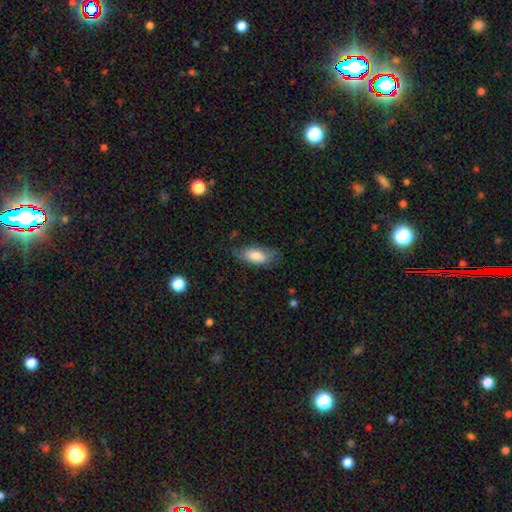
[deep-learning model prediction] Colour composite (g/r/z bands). It shows a smooth galaxy with no disk features (72%) that is in between round and cigar-shaped (86%). Merging: none (65%).